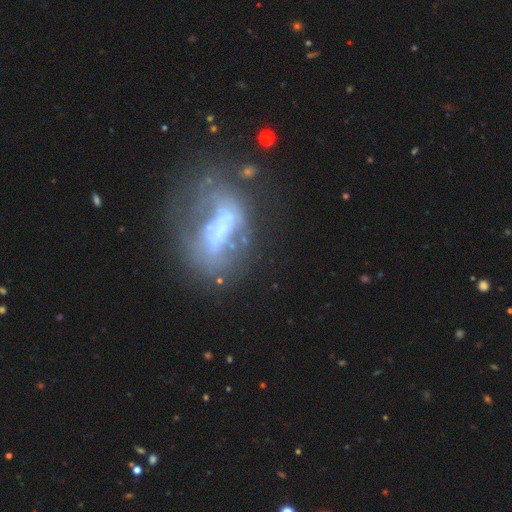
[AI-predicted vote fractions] Smooth or featured?
  - featured or disk: 52% *
  - smooth: 30%
  - star or artifact: 18%
Edge-on disk?
  - no: 84% *
  - yes: 16%
Merging?
  - none: 57% *
  - minor disturbance: 21%
  - major disturbance: 18%
  - merger: 4%